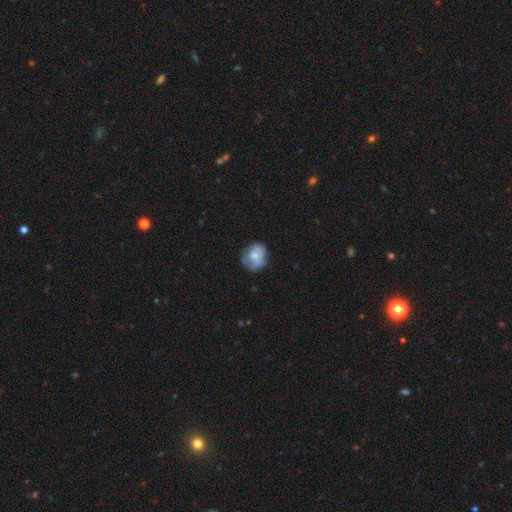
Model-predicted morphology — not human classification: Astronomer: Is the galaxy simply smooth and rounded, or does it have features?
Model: smooth — 60%.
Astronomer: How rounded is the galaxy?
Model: round — 67%.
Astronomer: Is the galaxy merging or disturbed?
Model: none — 59%.